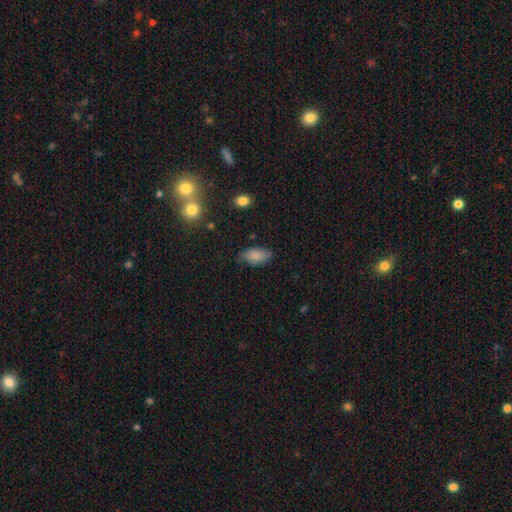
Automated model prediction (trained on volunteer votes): Q: Smooth or featured?
A: smooth (82%); runner-up: featured or disk (10%)
Q: How rounded?
A: in between (92%); runner-up: cigar-shaped (4%)
Q: Merging?
A: none (69%); runner-up: minor disturbance (24%)